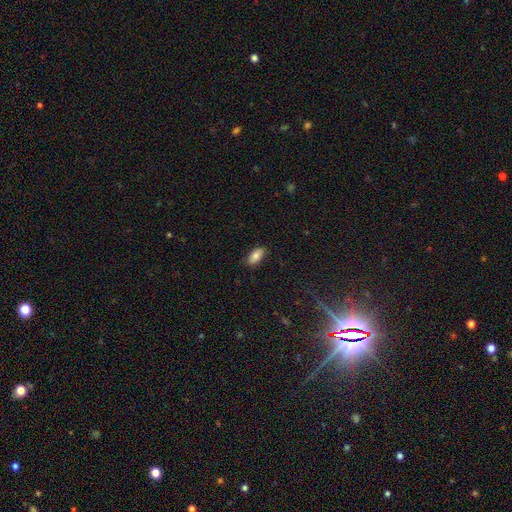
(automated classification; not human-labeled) A smooth galaxy with no disk features (81%) that is in between round and cigar-shaped (91%).

Vote fractions:
- Smooth or featured? smooth: 81% / featured or disk: 11% / star or artifact: 8%
- How rounded? in between: 91% / cigar-shaped: 6% / round: 3%
- Merging? none: 84% / minor disturbance: 12% / major disturbance: 2% / merger: 1%